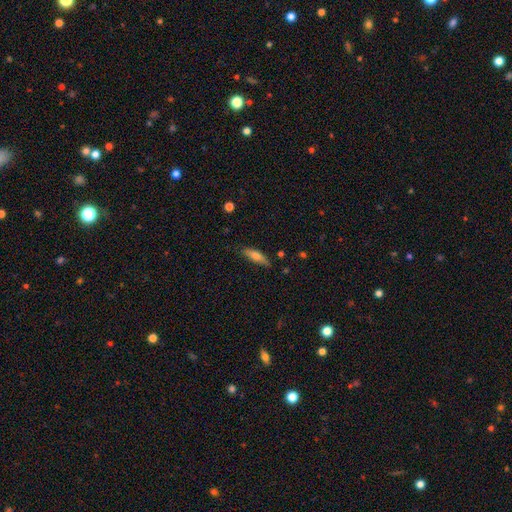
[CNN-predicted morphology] Smooth or featured?
  - smooth: 66% *
  - featured or disk: 27%
  - star or artifact: 7%
How rounded?
  - cigar-shaped: 59% *
  - in between: 39%
  - round: 2%
Merging?
  - none: 77% *
  - minor disturbance: 18%
  - major disturbance: 3%
  - merger: 2%